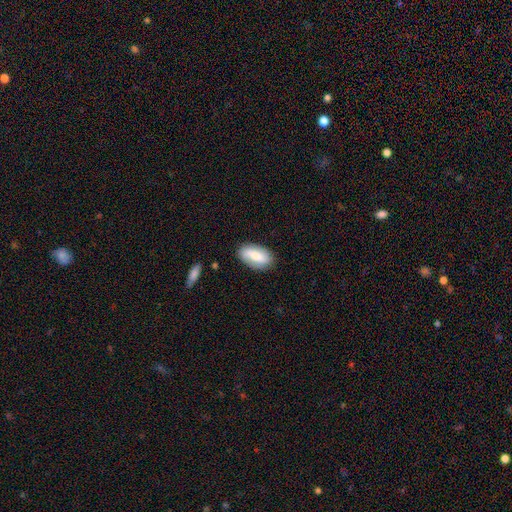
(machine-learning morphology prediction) Smooth or featured? smooth (66%)
How rounded? in between (91%)
Merging? none (82%)